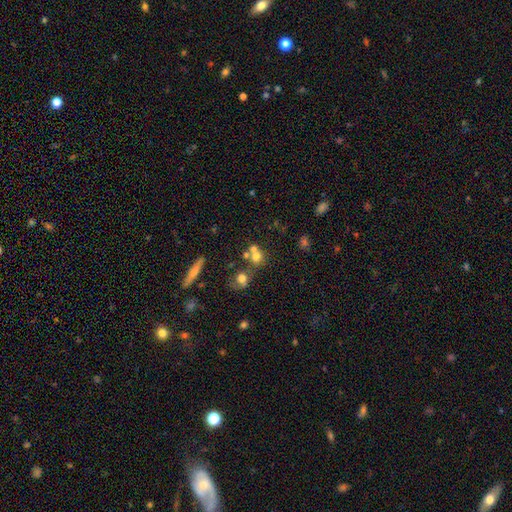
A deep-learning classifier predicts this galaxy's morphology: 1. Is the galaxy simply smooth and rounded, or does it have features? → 66% smooth, 18% featured or disk, 17% star or artifact.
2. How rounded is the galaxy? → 81% round, 17% in between, 2% cigar-shaped.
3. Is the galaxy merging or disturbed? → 48% merger, 40% none, 8% minor disturbance, 5% major disturbance.